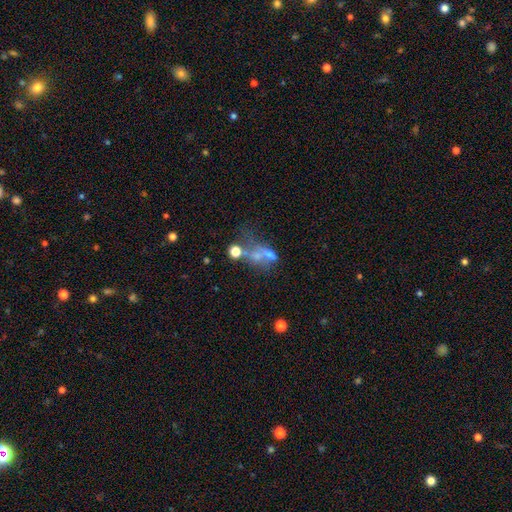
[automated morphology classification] The model was most divided on "smooth or featured": featured or disk: 39%, smooth: 36%, star or artifact: 25%. Remaining: merging — merger (41%).